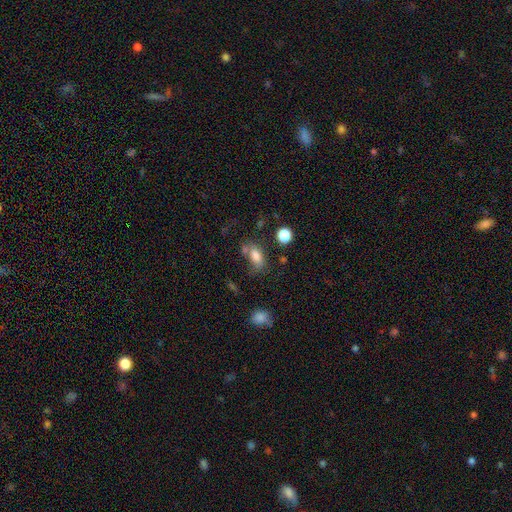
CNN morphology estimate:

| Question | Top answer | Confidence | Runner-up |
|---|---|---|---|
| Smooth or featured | smooth | 79% | star or artifact (11%) |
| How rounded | in between | 85% | round (11%) |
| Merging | none | 52% | minor disturbance (20%) |